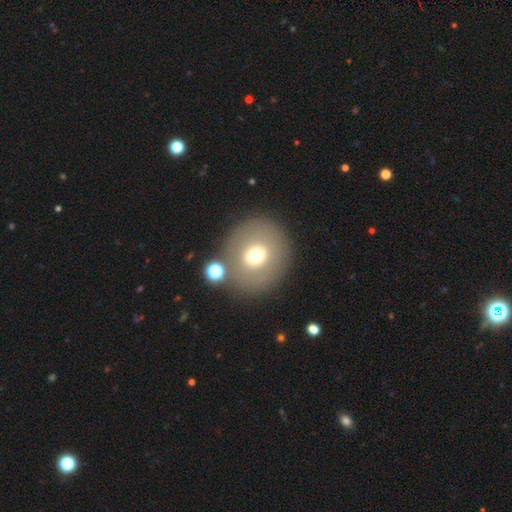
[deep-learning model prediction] This is likely a smooth galaxy (64%). How rounded: clearly round (88%). Merging: clearly none (80%).